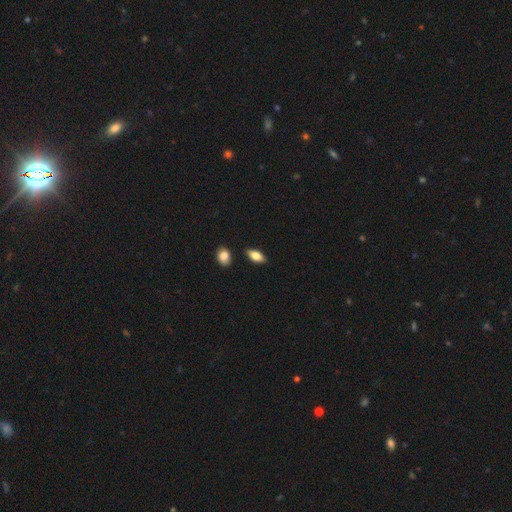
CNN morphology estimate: This is clearly a smooth galaxy (81%). How rounded: clearly in between (89%). Merging: clearly none (86%).